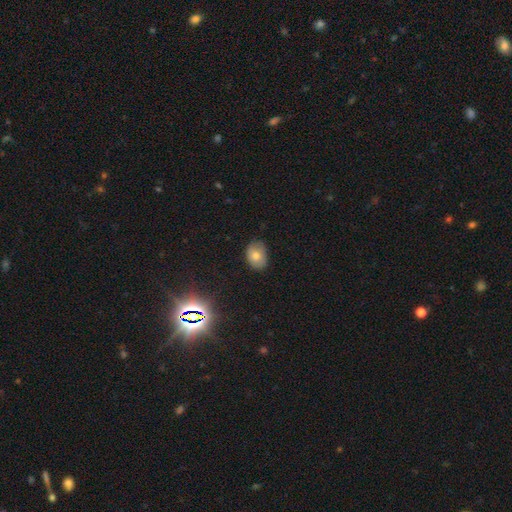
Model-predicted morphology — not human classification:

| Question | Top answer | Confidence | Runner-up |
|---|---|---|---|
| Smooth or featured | smooth | 73% | featured or disk (14%) |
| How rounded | in between | 66% | round (33%) |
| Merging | none | 77% | minor disturbance (18%) |